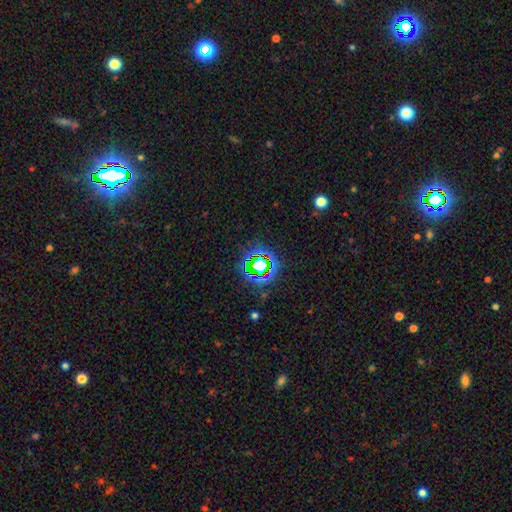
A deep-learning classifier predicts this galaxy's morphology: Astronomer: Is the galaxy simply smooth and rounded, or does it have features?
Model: star or artifact — 76%.